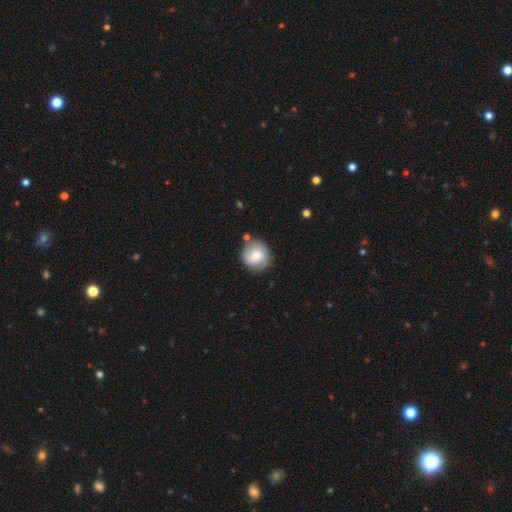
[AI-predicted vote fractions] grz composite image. It shows a smooth galaxy with no disk features (62%) that is round (90%). Merging: none (76%).